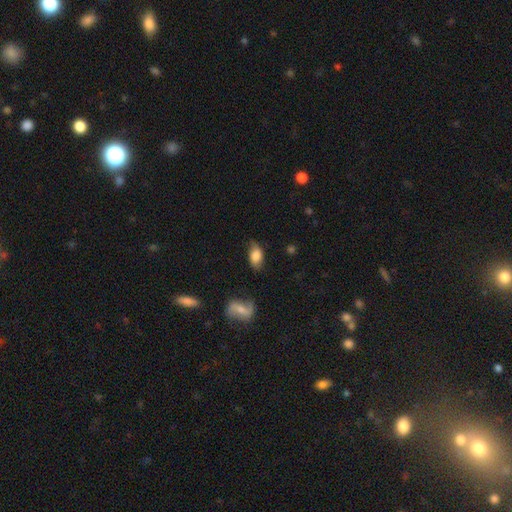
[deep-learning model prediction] The model was most divided on "merging": none: 56%, minor disturbance: 33%, major disturbance: 9%, merger: 2%. More confident: how rounded — in between (90%); smooth or featured — smooth (70%).